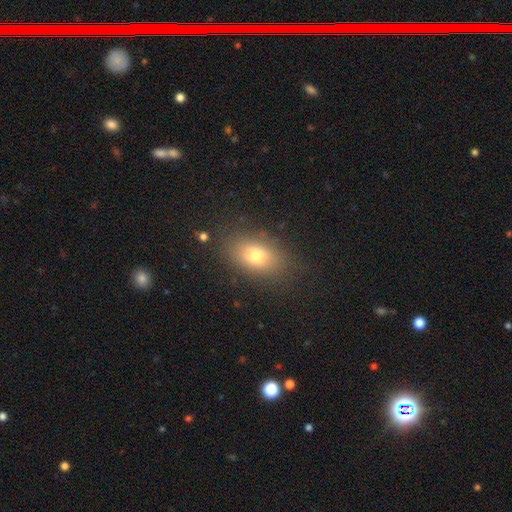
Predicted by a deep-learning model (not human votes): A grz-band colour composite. It shows a smooth galaxy with no disk features (75%) that is in between round and cigar-shaped (83%). Merging: none (83%).